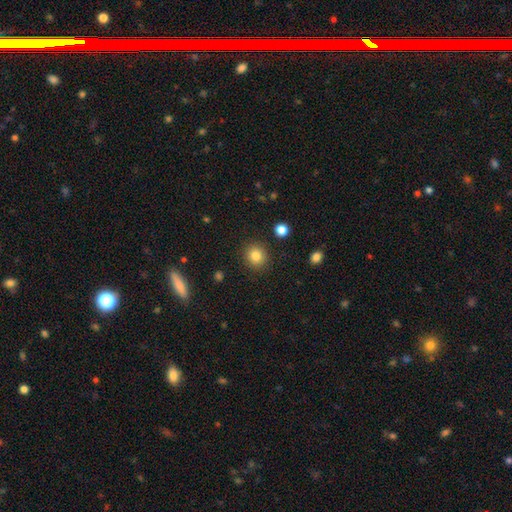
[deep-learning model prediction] This appears to be a smooth galaxy with no disk features (84%) that is round (87%). Merging: none (90%).